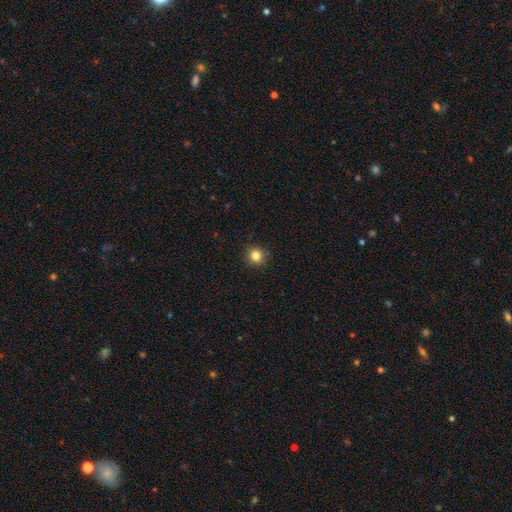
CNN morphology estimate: type=smooth (83%); roundness=round (90%); merging=none (90%).